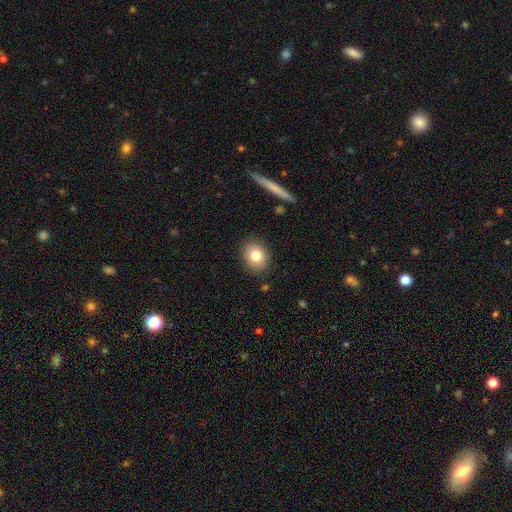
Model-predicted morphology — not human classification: Smooth or featured? smooth (80%)
How rounded? round (59%)
Merging? none (87%)